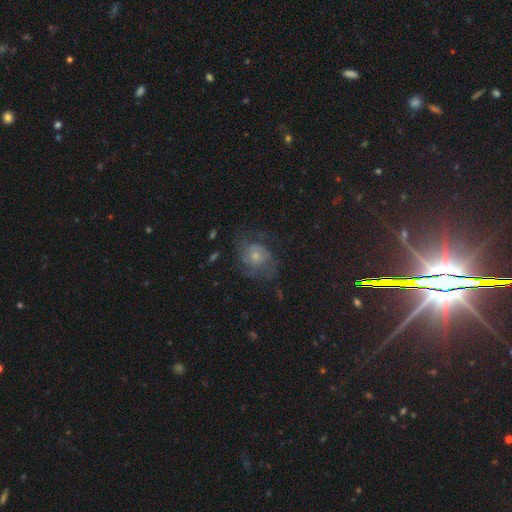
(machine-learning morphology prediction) smooth-or-featured: featured or disk: 65% | smooth: 23% | star or artifact: 12%
  disk-edge-on: no: 97% | yes: 3%
    bar: no: 79% | weak: 18% | strong: 3%
    has-spiral-arms: yes: 84% | no: 16%
      spiral-winding: medium: 43% | tight: 38% | loose: 19%
      spiral-arm-count: can't tell: 36% | 2: 28% | 3: 19% | 4: 6% | 1: 6% | more than 4: 5%
    bulge-size: small: 52% | moderate: 41% | large: 4% | none: 3% | dominant: 1%
  merging: none: 56% | minor disturbance: 21% | major disturbance: 21% | merger: 2%